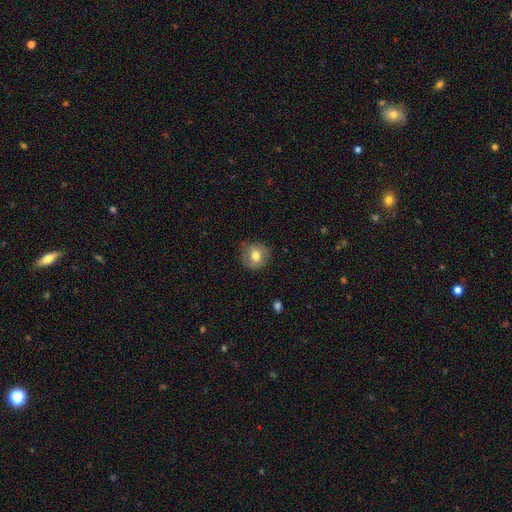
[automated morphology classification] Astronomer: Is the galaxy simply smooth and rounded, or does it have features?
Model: smooth — 75%.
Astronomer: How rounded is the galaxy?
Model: round — 89%.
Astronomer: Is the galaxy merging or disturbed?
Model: none — 82%.